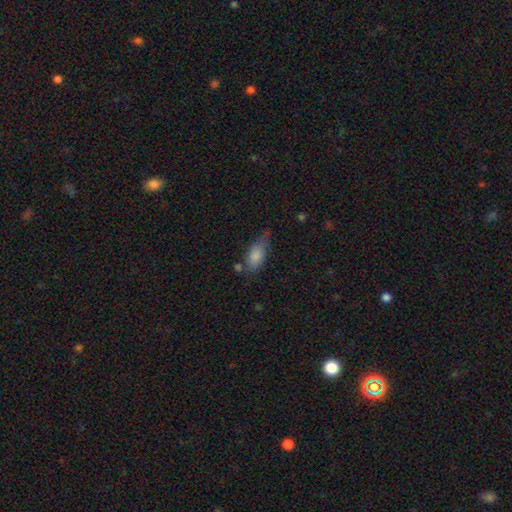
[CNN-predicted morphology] Smooth or featured? Predicted: smooth (p=0.81). How rounded? Predicted: in between (p=0.84). Merging? Predicted: none (p=0.44).